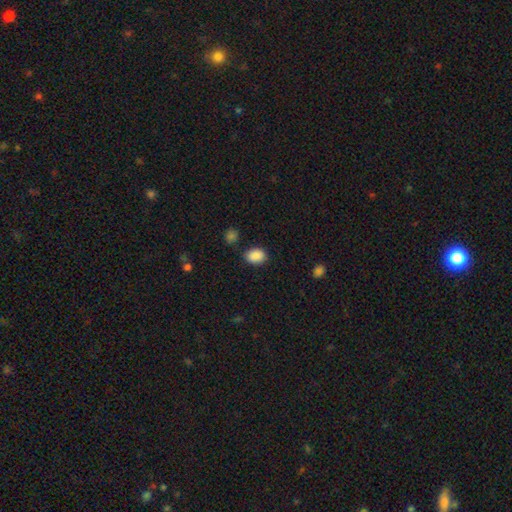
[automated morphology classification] smooth_or_featured: smooth (p=0.88) [alt: star or artifact p=0.09]
how_rounded: in between (p=0.73) [alt: round p=0.26]
merging: none (p=0.79) [alt: minor disturbance p=0.14]